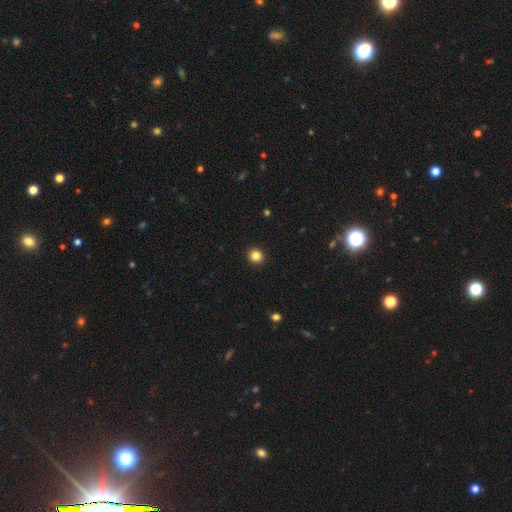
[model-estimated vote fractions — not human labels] Smooth or featured?
  - smooth: 85% *
  - star or artifact: 11%
  - featured or disk: 4%
How rounded?
  - round: 93% *
  - in between: 6%
  - cigar-shaped: 1%
Merging?
  - none: 94% *
  - minor disturbance: 4%
  - major disturbance: 1%
  - merger: 1%